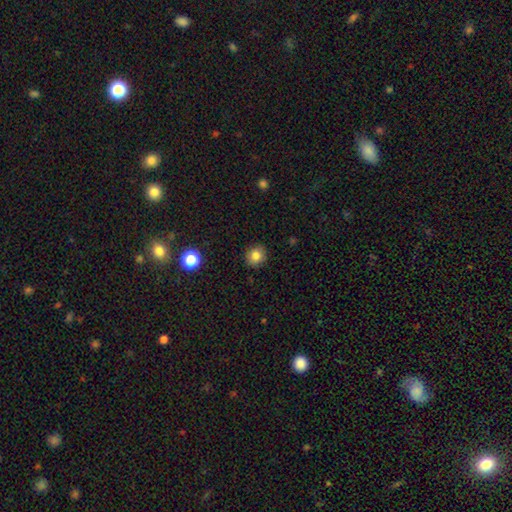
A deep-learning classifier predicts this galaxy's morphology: Smooth or featured? smooth (82%)
How rounded? round (82%)
Merging? none (90%)